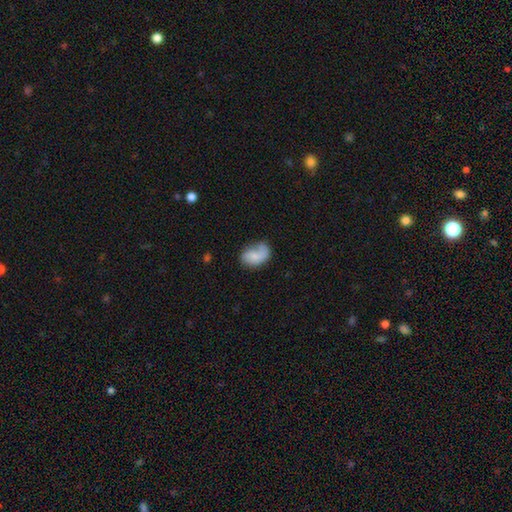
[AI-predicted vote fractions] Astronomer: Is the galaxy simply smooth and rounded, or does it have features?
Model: smooth — 64%.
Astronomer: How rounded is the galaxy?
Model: in between — 81%.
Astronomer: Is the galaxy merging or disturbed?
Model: none — 44% (runner-up: minor disturbance, 31%).